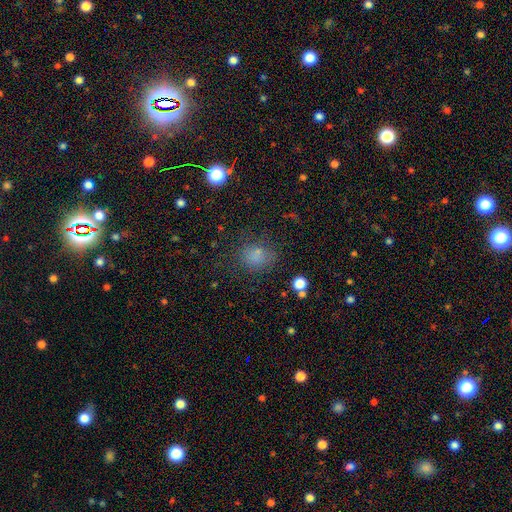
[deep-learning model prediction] This is likely a smooth galaxy (73%). How rounded: possibly round (59%). Merging: likely none (70%).